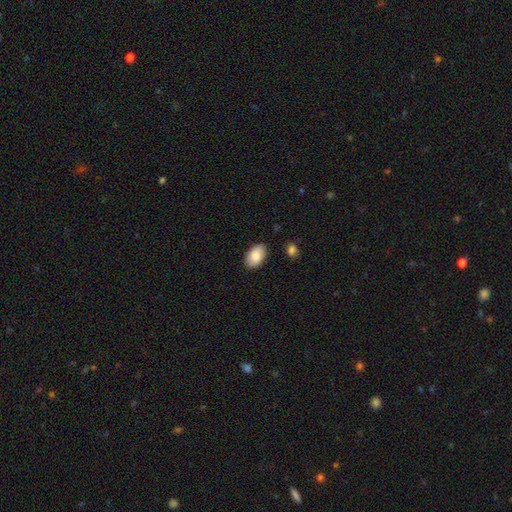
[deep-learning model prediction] Smooth or featured: smooth — 85% (featured or disk — 9%)
How rounded: in between — 92% (round — 6%)
Merging: none — 86% (minor disturbance — 10%)